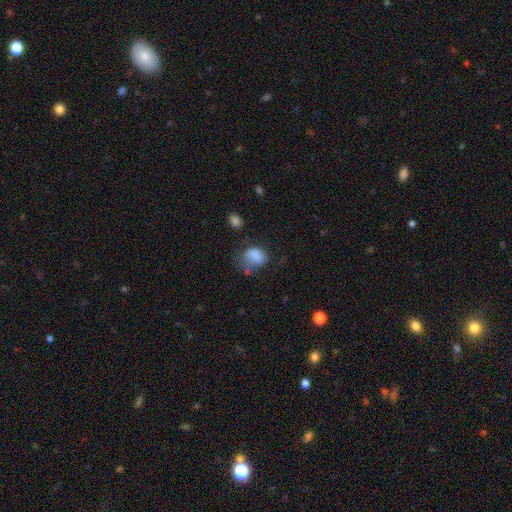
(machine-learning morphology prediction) A smooth galaxy with no disk features (75%) that is in between round and cigar-shaped (66%).

Vote fractions:
- Smooth or featured? smooth: 75% / featured or disk: 14% / star or artifact: 11%
- How rounded? in between: 66% / round: 33% / cigar-shaped: 1%
- Merging? none: 34% / major disturbance: 31% / minor disturbance: 29% / merger: 7%